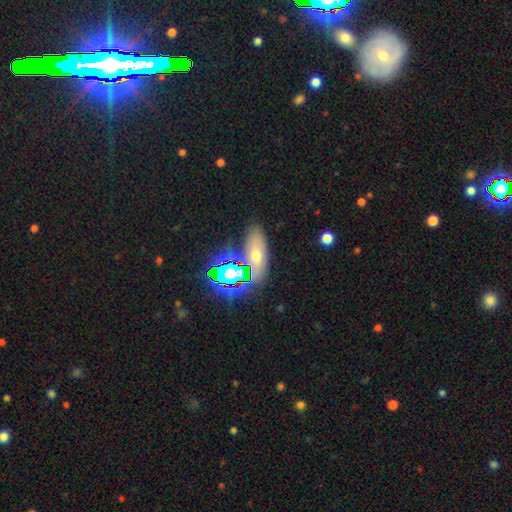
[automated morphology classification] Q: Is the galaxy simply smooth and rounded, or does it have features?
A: smooth — 45%.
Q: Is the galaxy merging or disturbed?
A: none — 71%.